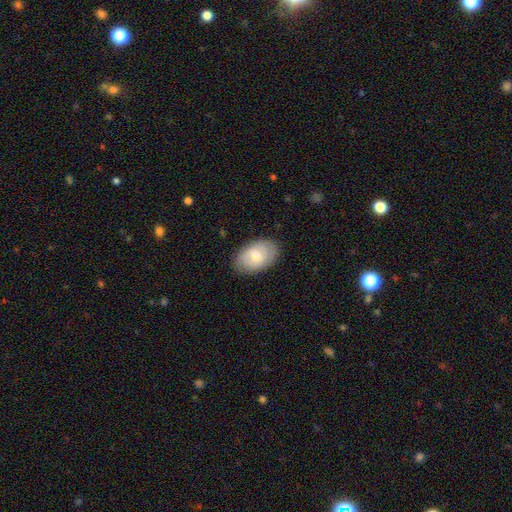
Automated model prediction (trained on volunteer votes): smooth-or-featured: smooth: 61% | featured or disk: 32% | star or artifact: 7%
  how-rounded: in between: 89% | round: 9% | cigar-shaped: 1%
  merging: none: 84% | minor disturbance: 12% | major disturbance: 3% | merger: 1%